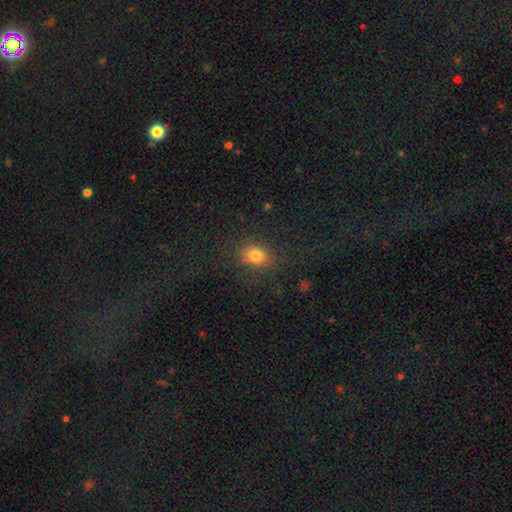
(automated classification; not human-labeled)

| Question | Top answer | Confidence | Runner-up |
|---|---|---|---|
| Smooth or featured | smooth | 76% | star or artifact (15%) |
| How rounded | in between | 64% | round (34%) |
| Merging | none | 81% | minor disturbance (12%) |